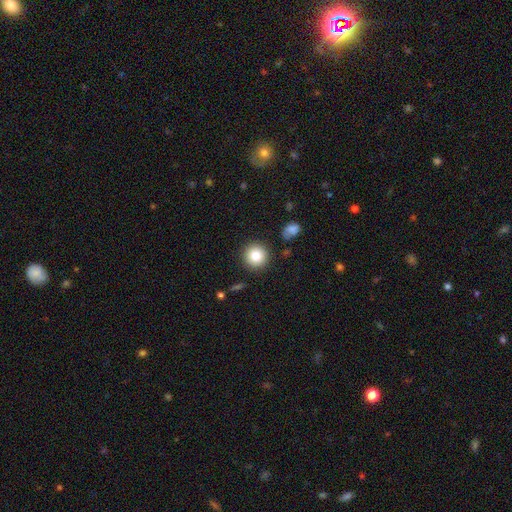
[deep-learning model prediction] smooth 83%, star or artifact 10%, featured or disk 7%. Down the decision tree: how rounded — round (94%); merging — none (89%).